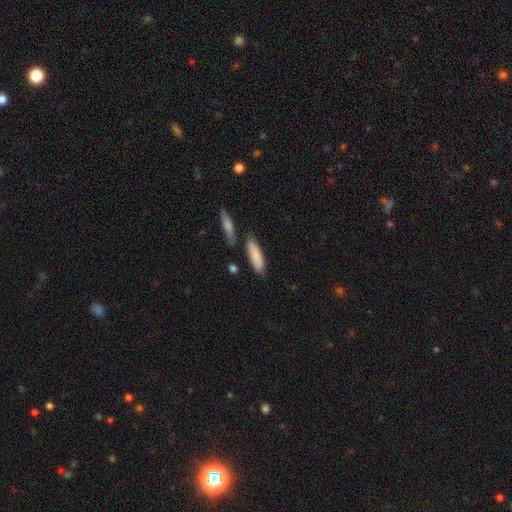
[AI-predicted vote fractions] smooth 84%, featured or disk 10%, star or artifact 6%. Down the decision tree: how rounded — cigar-shaped (53%); merging — none (70%).